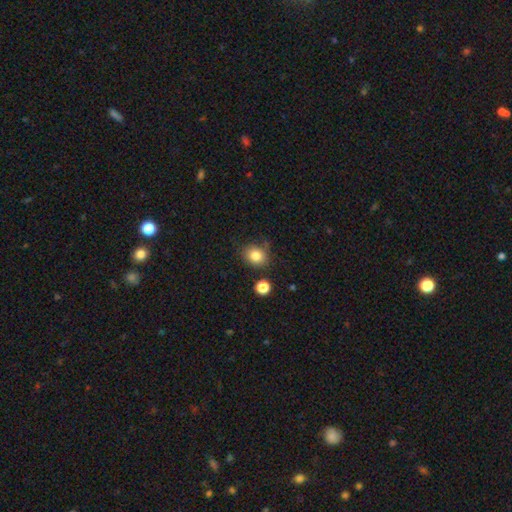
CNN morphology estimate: A smooth galaxy with no disk features (83%) that is round (67%).

Vote fractions:
- Smooth or featured? smooth: 83% / star or artifact: 11% / featured or disk: 6%
- How rounded? round: 67% / in between: 32% / cigar-shaped: 1%
- Merging? none: 78% / minor disturbance: 13% / merger: 5% / major disturbance: 4%